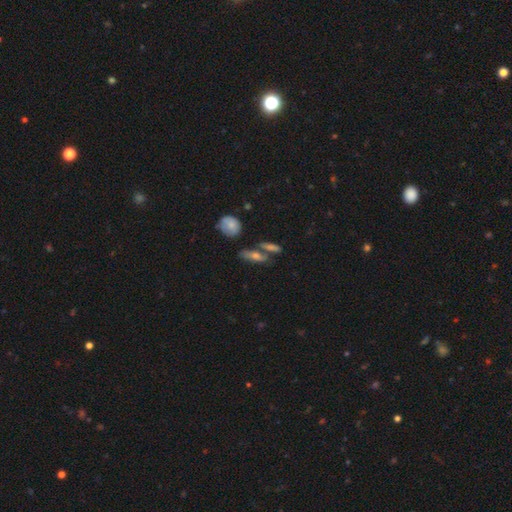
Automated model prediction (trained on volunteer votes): smooth-or-featured: featured or disk: 44% | smooth: 43% | star or artifact: 13%
  merging: none: 62% | merger: 20% | minor disturbance: 13% | major disturbance: 5%